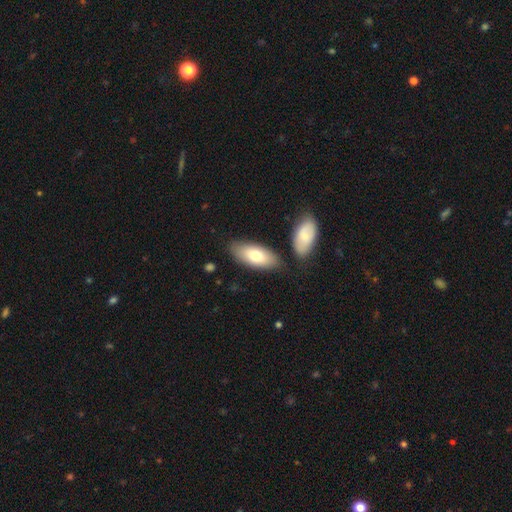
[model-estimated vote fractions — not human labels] Smooth or featured? Predicted: smooth (p=0.73). How rounded? Predicted: in between (p=0.86). Merging? Predicted: none (p=0.76).